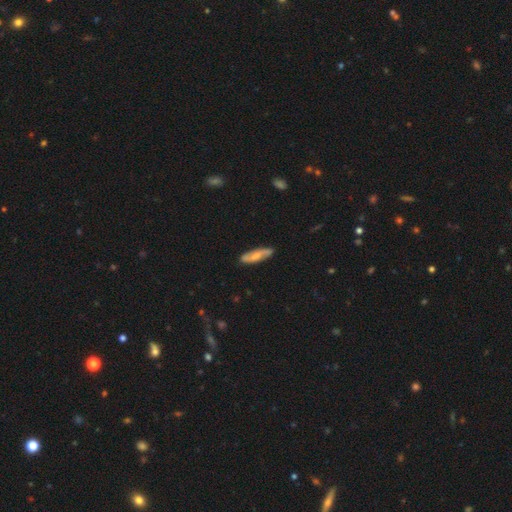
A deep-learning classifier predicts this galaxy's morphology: Overall: featured or disk (47%, tied with smooth). Merging: none (83%).